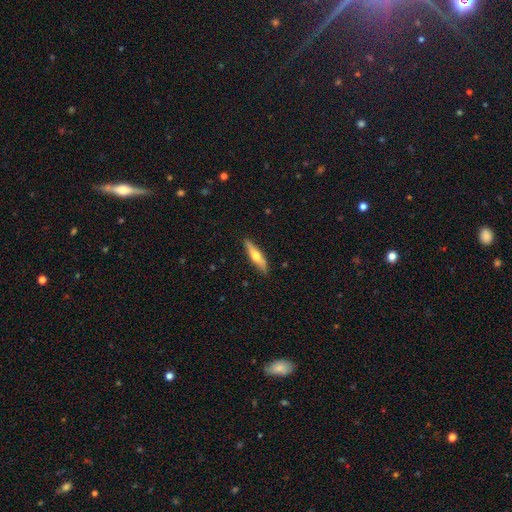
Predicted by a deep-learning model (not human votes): The model was most divided on "smooth or featured" (2-way tie): smooth: 47%, featured or disk: 47%, star or artifact: 6%. More confident: merging — none (88%).